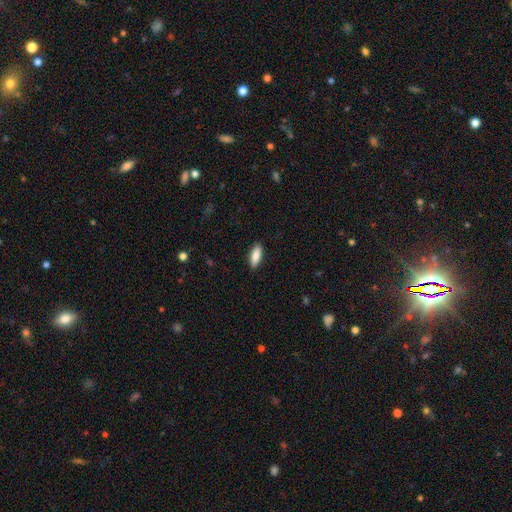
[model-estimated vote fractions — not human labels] Smooth or featured? smooth (86%)
How rounded? in between (65%)
Merging? none (90%)